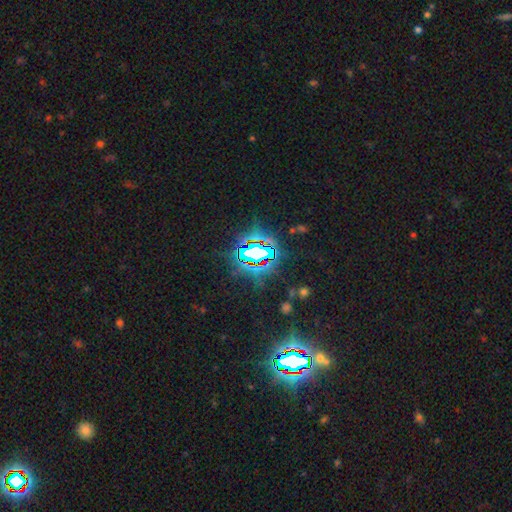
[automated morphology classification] smooth_or_featured: star or artifact (p=0.75) [alt: smooth p=0.13]